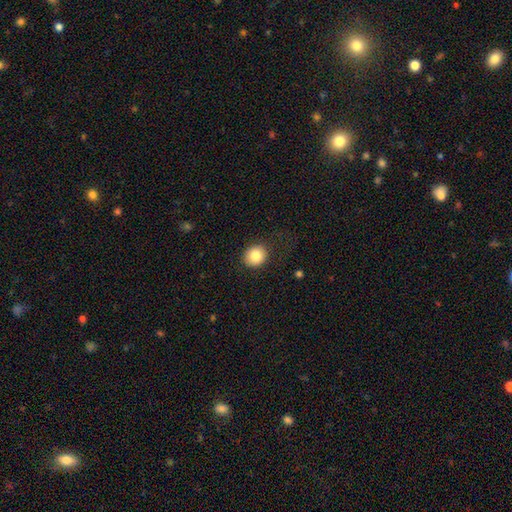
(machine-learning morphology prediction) smooth-or-featured: smooth: 84% | star or artifact: 9% | featured or disk: 7%
  how-rounded: round: 78% | in between: 22% | cigar-shaped: 1%
  merging: none: 85% | minor disturbance: 10% | major disturbance: 4% | merger: 1%